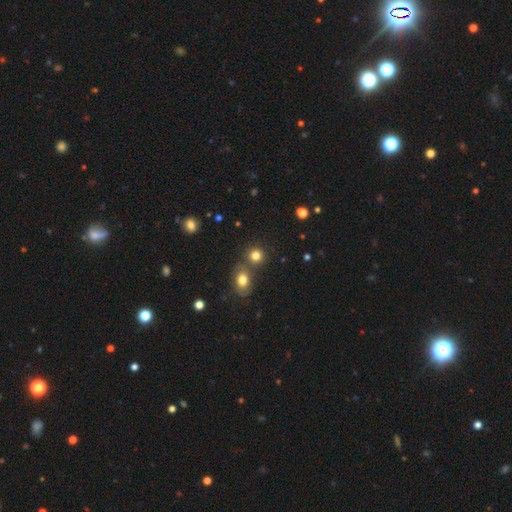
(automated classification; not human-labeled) Overall: smooth (79%). How rounded: round (83%). Merging: none (65%).